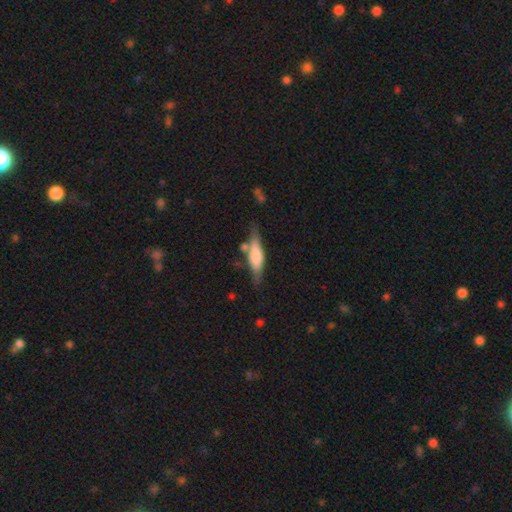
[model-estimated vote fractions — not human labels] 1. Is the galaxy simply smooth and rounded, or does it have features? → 52% smooth, 41% featured or disk, 6% star or artifact.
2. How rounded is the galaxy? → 63% cigar-shaped, 34% in between, 2% round.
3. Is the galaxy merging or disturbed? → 67% none, 19% minor disturbance, 9% merger, 5% major disturbance.